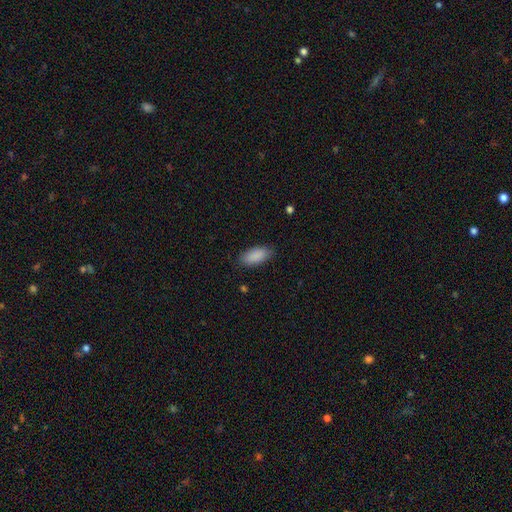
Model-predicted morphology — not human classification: smooth-or-featured: smooth: 90% | star or artifact: 6% | featured or disk: 4%
  how-rounded: in between: 89% | cigar-shaped: 9% | round: 2%
  merging: none: 84% | minor disturbance: 12% | major disturbance: 3% | merger: 1%